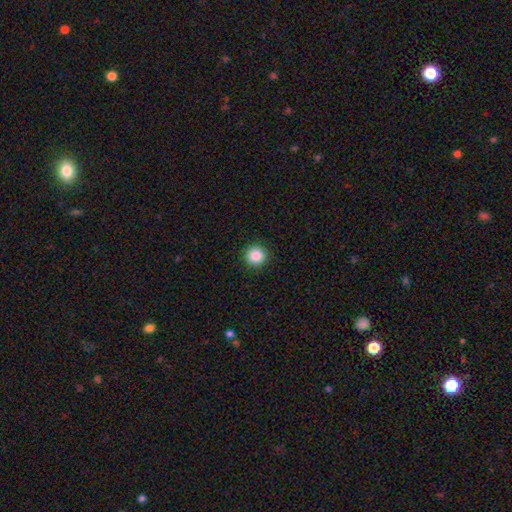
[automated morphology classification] This is clearly a smooth galaxy (86%). How rounded: clearly round (95%). Merging: clearly none (93%).